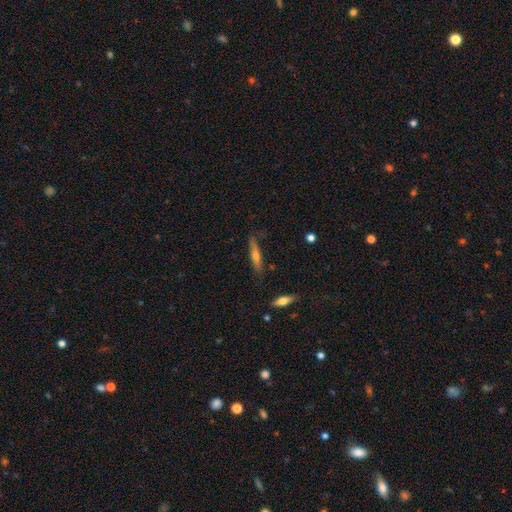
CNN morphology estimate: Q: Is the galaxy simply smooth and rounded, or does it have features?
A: featured or disk — 49%.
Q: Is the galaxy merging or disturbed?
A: none — 79%.